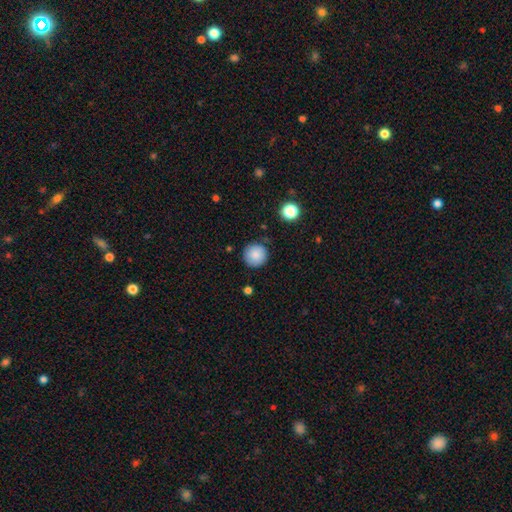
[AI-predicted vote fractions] Smooth or featured?
  - smooth: 86% *
  - star or artifact: 8%
  - featured or disk: 5%
How rounded?
  - round: 96% *
  - in between: 3%
  - cigar-shaped: 1%
Merging?
  - none: 87% *
  - minor disturbance: 9%
  - major disturbance: 2%
  - merger: 2%